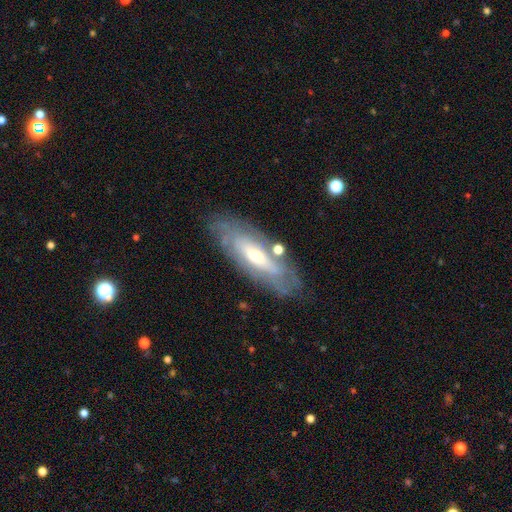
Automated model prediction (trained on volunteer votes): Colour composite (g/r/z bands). It shows a featured or disk galaxy (70%) with no bar (65%), spiral arms (61%) and a moderate central bulge (50%). Merging: none (78%).